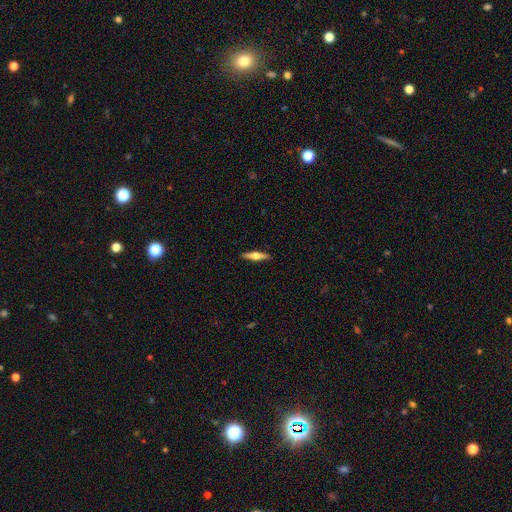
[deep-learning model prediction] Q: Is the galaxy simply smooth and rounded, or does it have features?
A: featured or disk — 63%.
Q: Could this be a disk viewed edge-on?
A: yes — 97%.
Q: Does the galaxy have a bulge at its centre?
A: rounded — 92%.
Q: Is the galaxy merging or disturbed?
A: none — 90%.